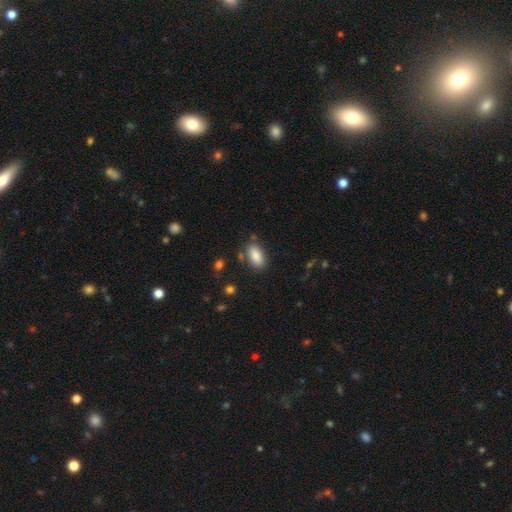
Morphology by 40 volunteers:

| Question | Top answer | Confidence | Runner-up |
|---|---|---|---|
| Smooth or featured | smooth | 90% | featured or disk (8%) |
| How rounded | in between | 94% | cigar-shaped (6%) |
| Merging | none | 85% | merger (8%) |